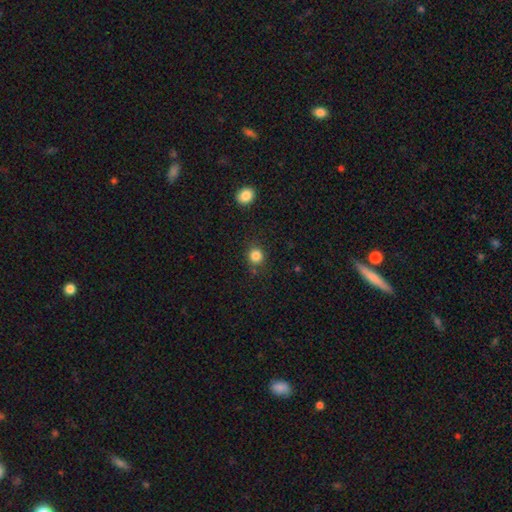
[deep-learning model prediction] This appears to be a smooth galaxy with no disk features (84%) that is round (87%). Merging: none (84%).